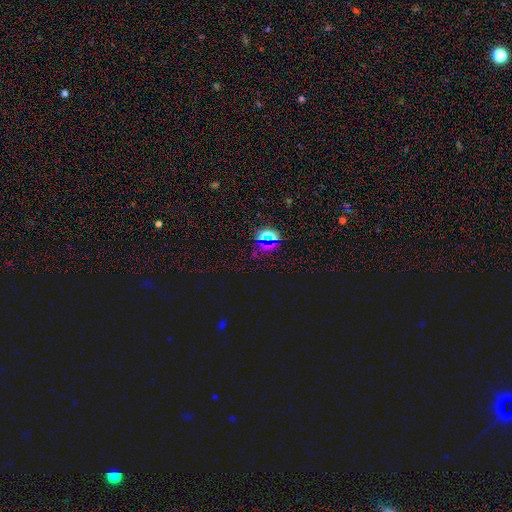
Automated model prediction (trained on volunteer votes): Smooth or featured: star or artifact — 76% (smooth — 16%)